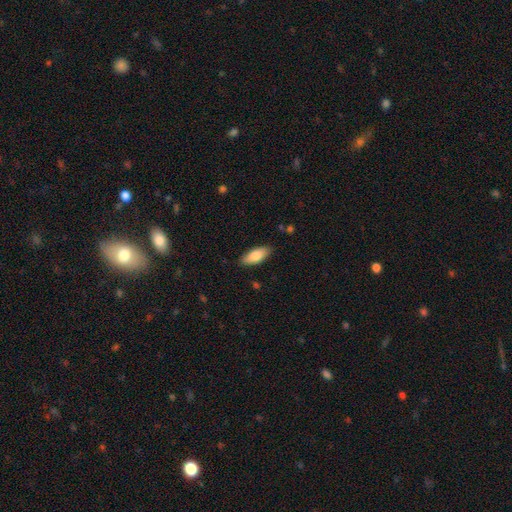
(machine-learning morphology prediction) This is clearly a smooth galaxy (83%). How rounded: clearly in between (84%). Merging: clearly none (86%).